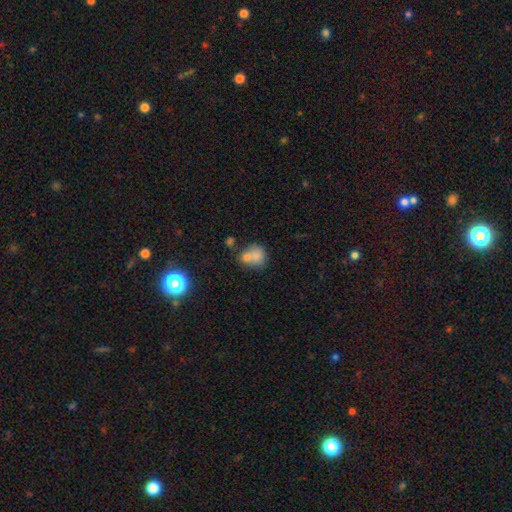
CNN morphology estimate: smooth 75%, featured or disk 14%, star or artifact 11%. Down the decision tree: how rounded — round (65%); merging — merger (51%).